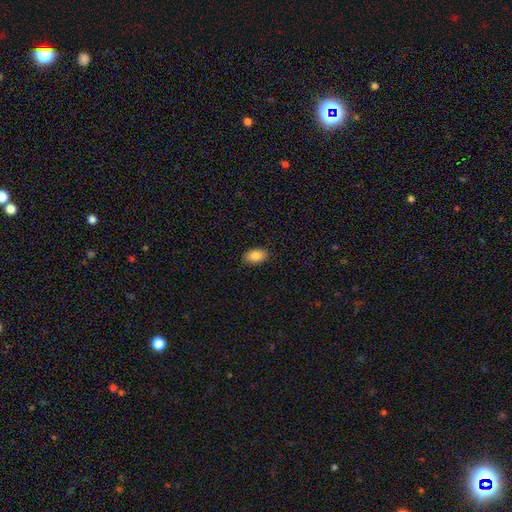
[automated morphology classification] Smooth or featured? Predicted: smooth (p=0.86). How rounded? Predicted: in between (p=0.90). Merging? Predicted: none (p=0.87).